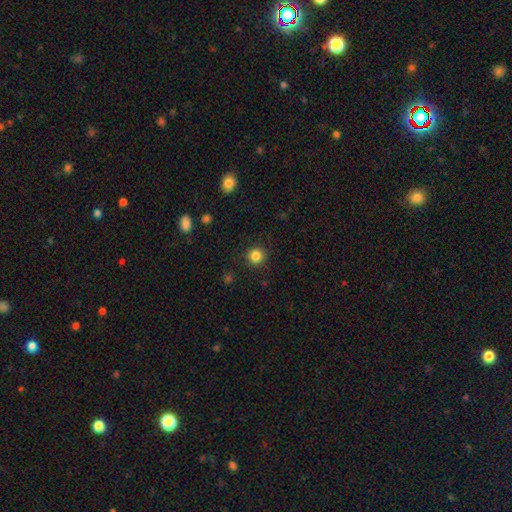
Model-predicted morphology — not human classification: smooth_or_featured: smooth (p=0.85) [alt: star or artifact p=0.11]
how_rounded: round (p=0.94) [alt: in between p=0.05]
merging: none (p=0.91) [alt: minor disturbance p=0.06]